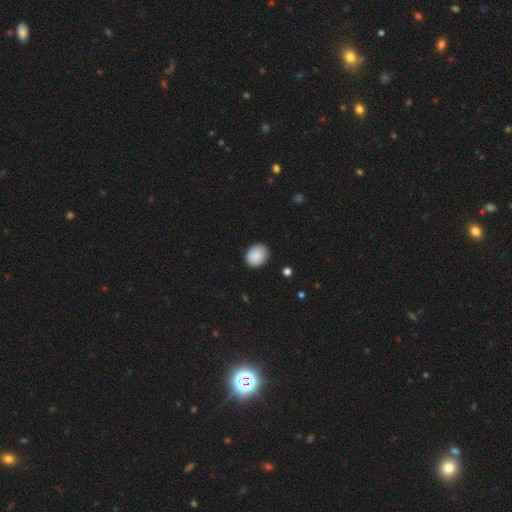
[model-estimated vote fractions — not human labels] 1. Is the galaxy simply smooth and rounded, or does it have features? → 89% smooth, 7% star or artifact, 4% featured or disk.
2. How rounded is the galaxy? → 53% round, 46% in between, 1% cigar-shaped.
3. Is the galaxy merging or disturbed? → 85% none, 12% minor disturbance, 2% major disturbance, 1% merger.